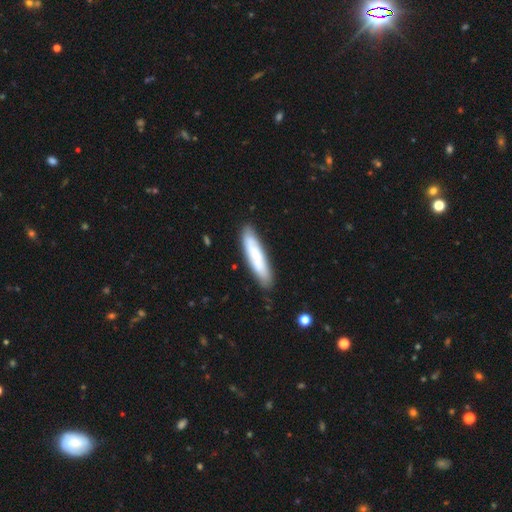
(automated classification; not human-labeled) Overall: smooth (62%; featured or disk 32%). How rounded: cigar-shaped (82%). Merging: none (83%).